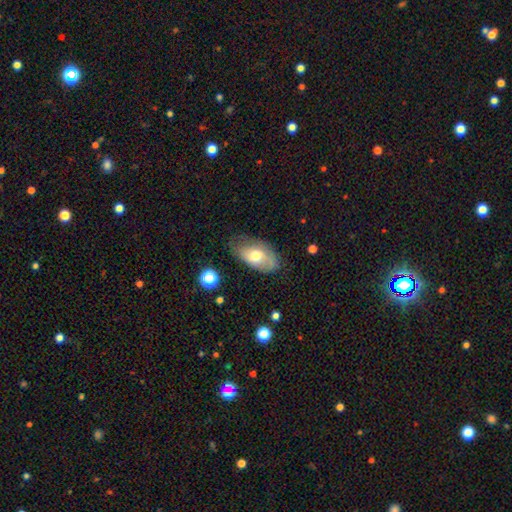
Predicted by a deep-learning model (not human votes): Smooth or featured? Predicted: smooth (p=0.59). How rounded? Predicted: in between (p=0.92). Merging? Predicted: none (p=0.62).